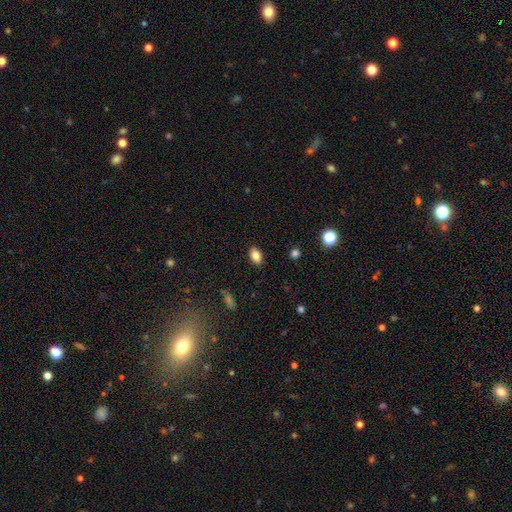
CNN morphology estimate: Q: Smooth or featured?
A: smooth (83%); runner-up: star or artifact (9%)
Q: How rounded?
A: in between (88%); runner-up: round (10%)
Q: Merging?
A: none (88%); runner-up: minor disturbance (9%)